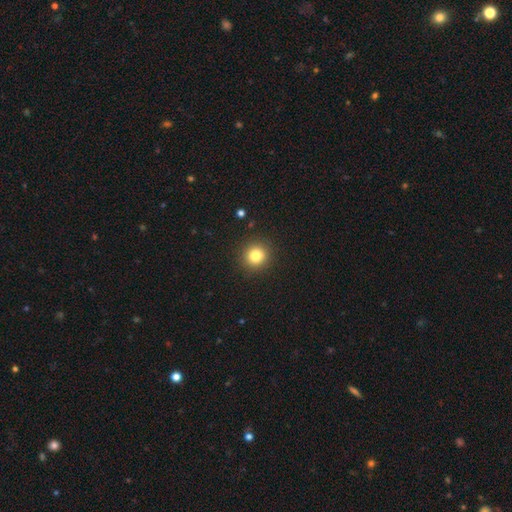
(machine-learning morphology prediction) smooth_or_featured: smooth (p=0.81) [alt: star or artifact p=0.12]
how_rounded: round (p=0.93) [alt: in between p=0.06]
merging: none (p=0.91) [alt: minor disturbance p=0.06]